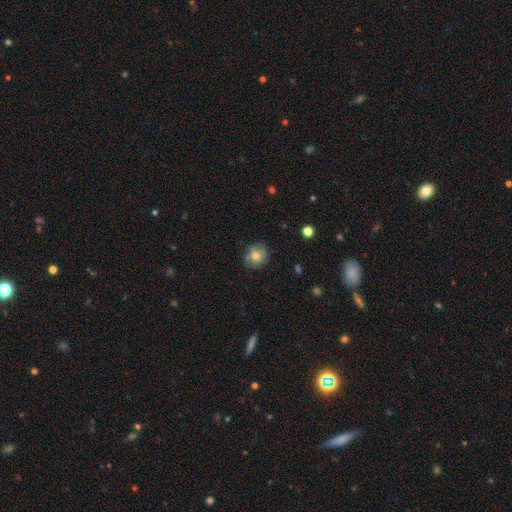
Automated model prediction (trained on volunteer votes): Smooth or featured: smooth — 70% (featured or disk — 19%)
How rounded: round — 80% (in between — 19%)
Merging: none — 77% (minor disturbance — 17%)